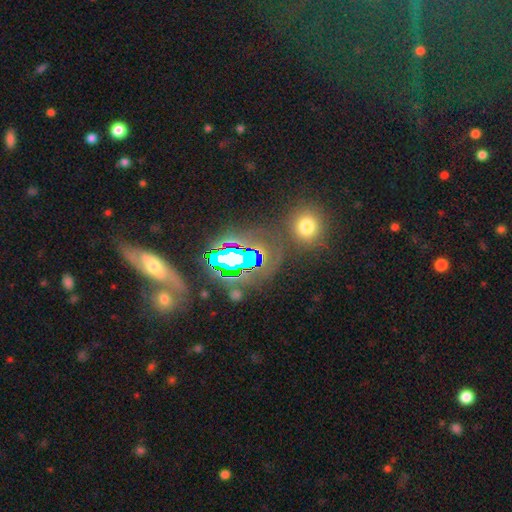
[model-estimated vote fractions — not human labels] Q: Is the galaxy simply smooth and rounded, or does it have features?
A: star or artifact — 65%.